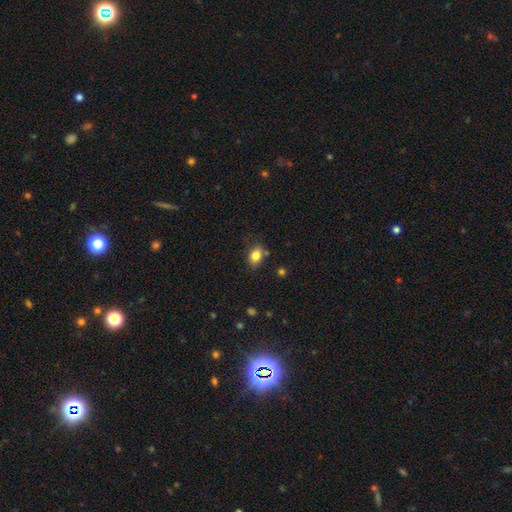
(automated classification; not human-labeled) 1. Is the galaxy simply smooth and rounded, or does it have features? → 81% smooth, 10% star or artifact, 9% featured or disk.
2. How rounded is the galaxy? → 68% in between, 31% round, 2% cigar-shaped.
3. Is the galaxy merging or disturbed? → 70% none, 21% minor disturbance, 5% merger, 4% major disturbance.